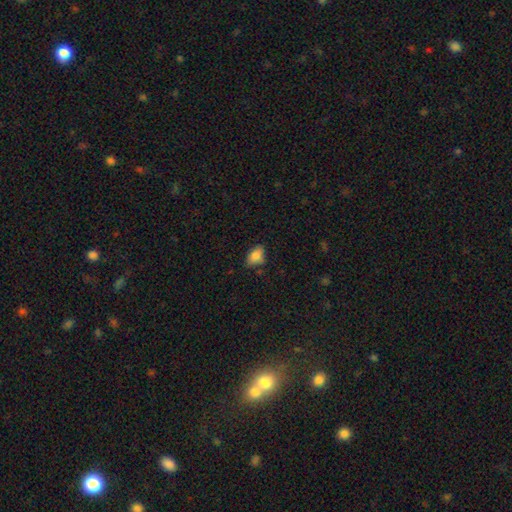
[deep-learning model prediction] Smooth or featured: smooth — 83% (star or artifact — 9%)
How rounded: in between — 84% (round — 14%)
Merging: none — 65% (minor disturbance — 26%)